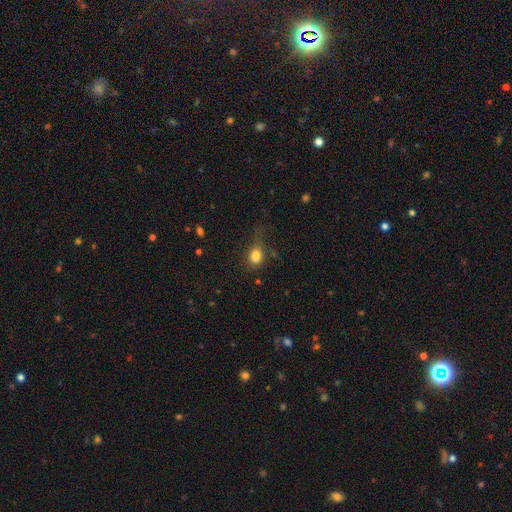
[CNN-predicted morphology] The model was most divided on "merging": none: 49%, minor disturbance: 27%, major disturbance: 20%, merger: 4%. More confident: smooth or featured — smooth (82%); how rounded — in between (65%).